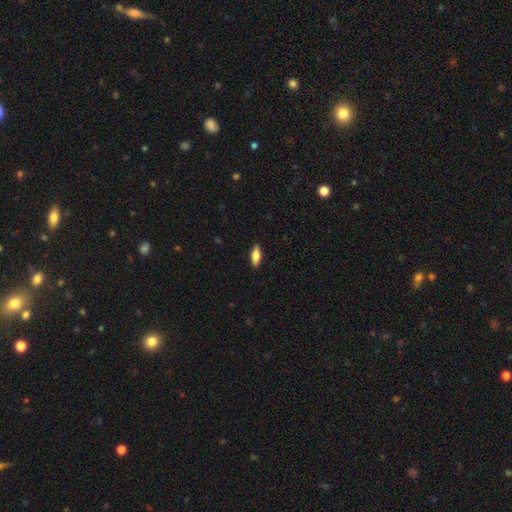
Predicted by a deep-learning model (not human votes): Overall: smooth (68%). How rounded: in between (70%). Merging: none (89%).